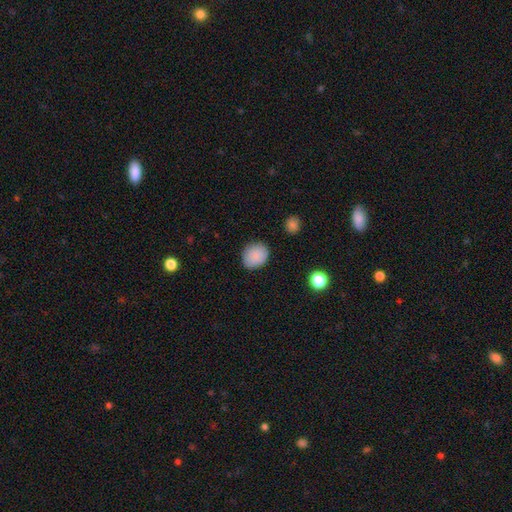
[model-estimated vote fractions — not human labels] Morphology: type=smooth (88%); roundness=round (63%); merging=none (83%).